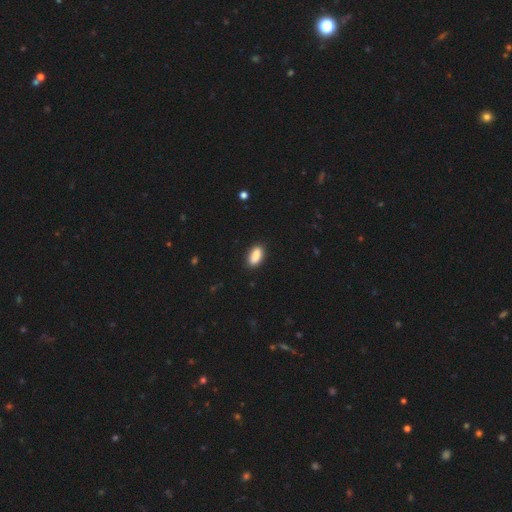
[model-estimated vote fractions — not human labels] Q: Smooth or featured?
A: smooth (89%); runner-up: star or artifact (7%)
Q: How rounded?
A: in between (88%); runner-up: cigar-shaped (9%)
Q: Merging?
A: none (88%); runner-up: minor disturbance (9%)